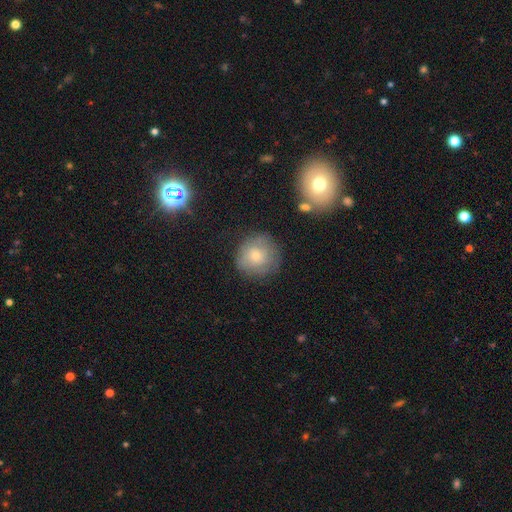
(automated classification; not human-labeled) This appears to be a smooth galaxy with no disk features (68%) that is round (93%). Merging: none (77%).